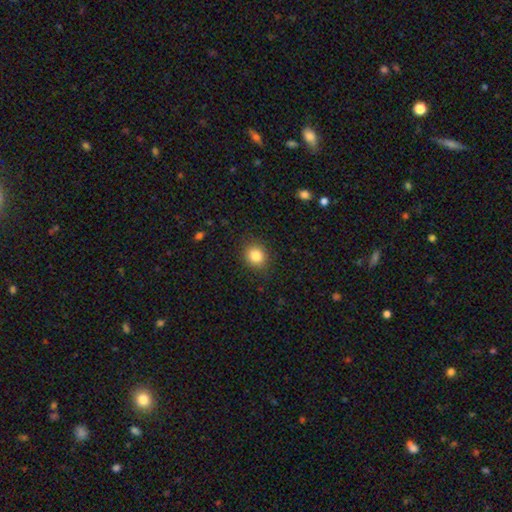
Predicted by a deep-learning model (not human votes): Overall: smooth (84%). How rounded: round (79%). Merging: none (88%).